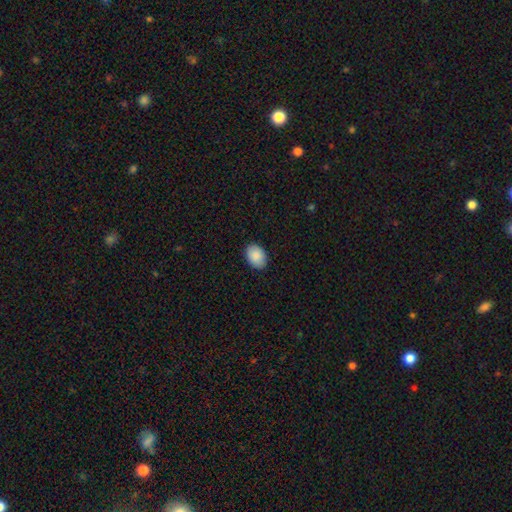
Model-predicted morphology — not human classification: Smooth or featured? Predicted: smooth (p=0.89). How rounded? Predicted: in between (p=0.81). Merging? Predicted: none (p=0.89).